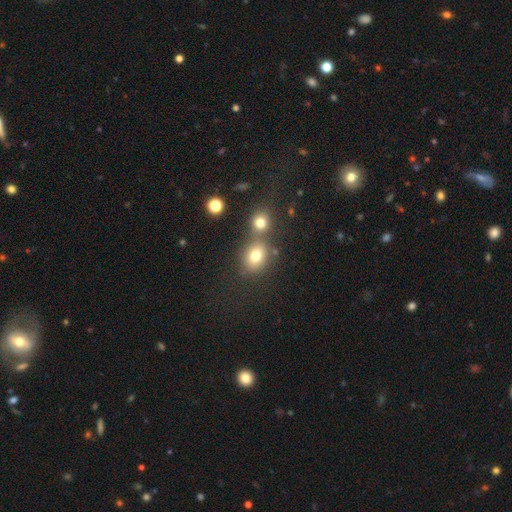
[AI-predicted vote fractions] Smooth or featured? Predicted: smooth (p=0.76). How rounded? Predicted: round (p=0.59). Merging? Predicted: none (p=0.53).